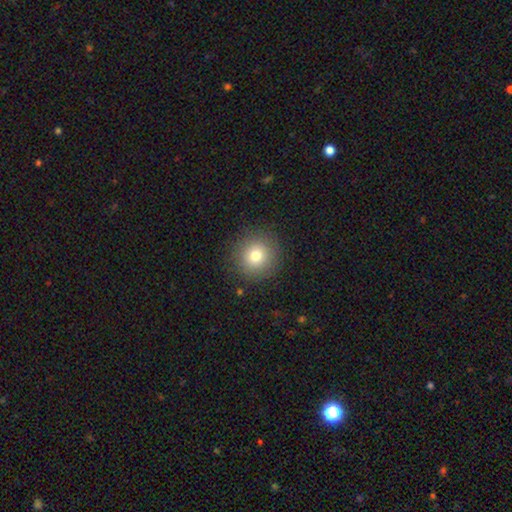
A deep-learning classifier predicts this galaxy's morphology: The model was most divided on "smooth or featured": smooth: 77%, star or artifact: 12%, featured or disk: 10%. More confident: how rounded — round (94%); merging — none (89%).